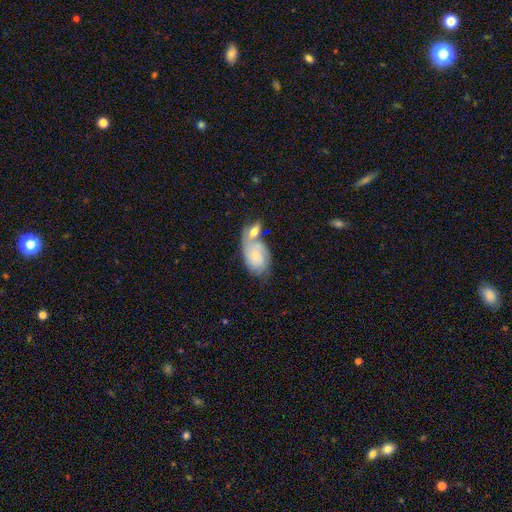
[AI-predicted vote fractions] Smooth or featured?
  - smooth: 61% *
  - featured or disk: 33%
  - star or artifact: 6%
How rounded?
  - in between: 89% *
  - round: 9%
  - cigar-shaped: 2%
Merging?
  - merger: 51% *
  - none: 27%
  - minor disturbance: 15%
  - major disturbance: 7%